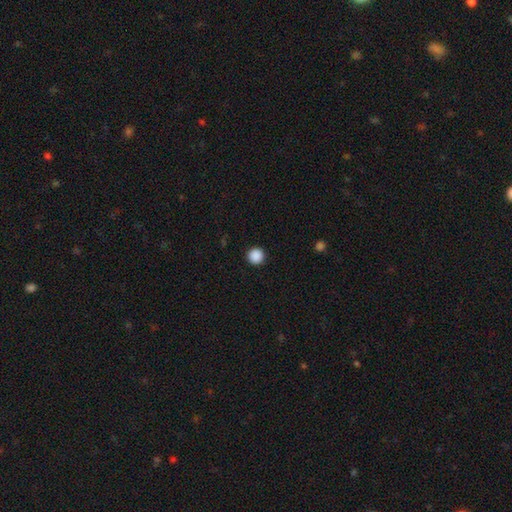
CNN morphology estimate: smooth_or_featured: smooth (p=0.89) [alt: star or artifact p=0.09]
how_rounded: round (p=0.96) [alt: in between p=0.03]
merging: none (p=0.93) [alt: minor disturbance p=0.04]